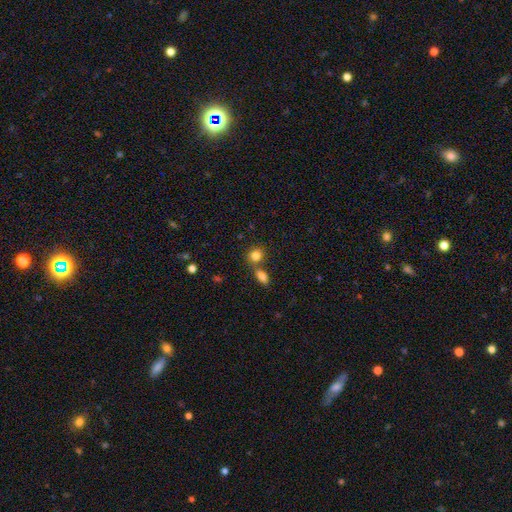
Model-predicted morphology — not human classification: Overall: smooth (84%). How rounded: round (62%; in between 36%). Merging: none (58%; merger 30%).